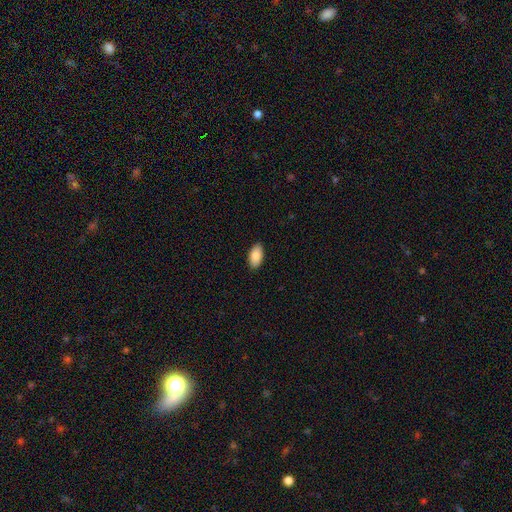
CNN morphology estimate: smooth 86%, featured or disk 7%, star or artifact 6%. Down the decision tree: how rounded — in between (95%); merging — none (89%).